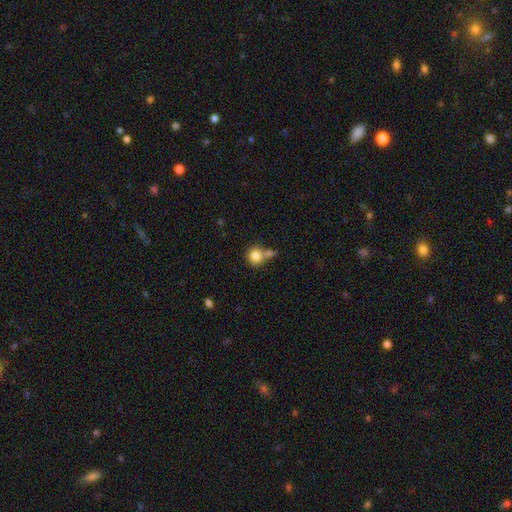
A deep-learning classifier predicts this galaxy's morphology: Smooth or featured: smooth — 82% (star or artifact — 10%)
How rounded: round — 88% (in between — 11%)
Merging: none — 47% (merger — 35%)